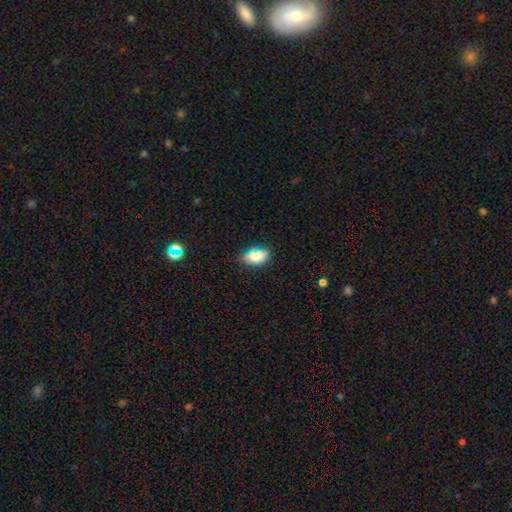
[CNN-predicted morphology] type=smooth (73%); roundness=in between (75%); merging=none (77%).